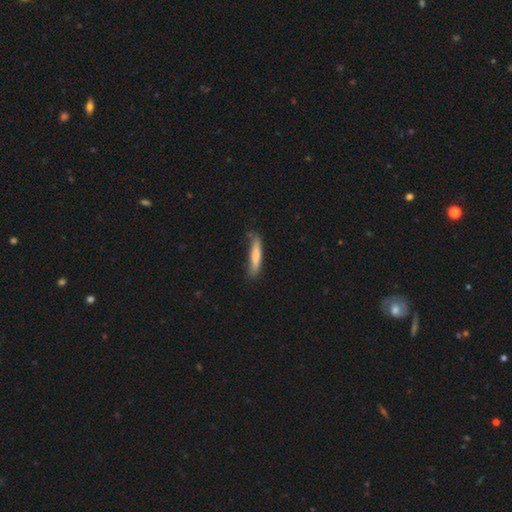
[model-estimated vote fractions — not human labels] Q: Smooth or featured?
A: smooth (76%); runner-up: featured or disk (18%)
Q: How rounded?
A: cigar-shaped (88%); runner-up: in between (11%)
Q: Merging?
A: none (74%); runner-up: minor disturbance (20%)